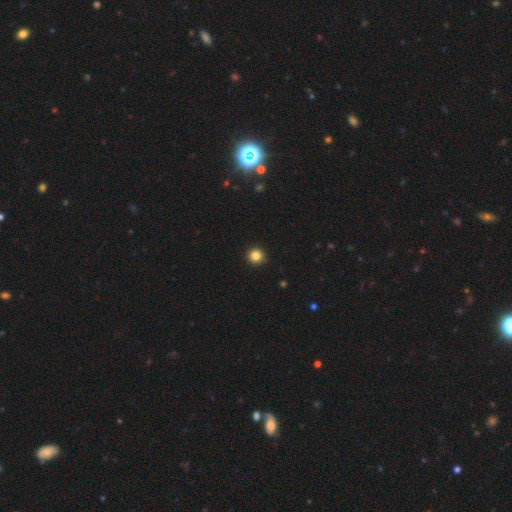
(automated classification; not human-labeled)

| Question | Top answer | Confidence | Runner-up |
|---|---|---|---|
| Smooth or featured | smooth | 84% | star or artifact (12%) |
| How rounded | round | 95% | in between (4%) |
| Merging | none | 93% | minor disturbance (5%) |